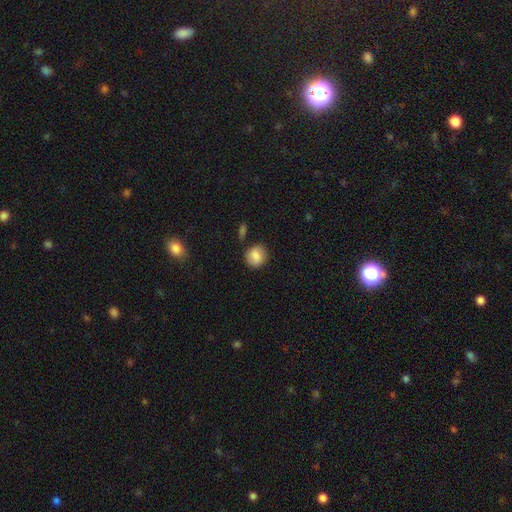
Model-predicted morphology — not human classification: smooth-or-featured: smooth: 84% | star or artifact: 8% | featured or disk: 8%
  how-rounded: round: 76% | in between: 23% | cigar-shaped: 1%
  merging: none: 77% | minor disturbance: 15% | major disturbance: 4% | merger: 4%